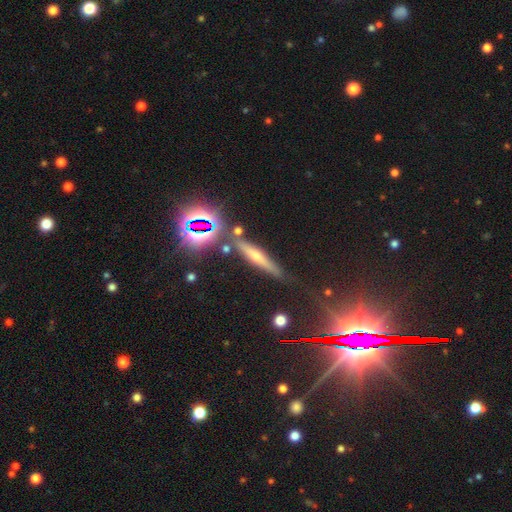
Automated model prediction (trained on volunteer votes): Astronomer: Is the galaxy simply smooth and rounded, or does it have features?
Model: featured or disk — 51% (runner-up: star or artifact, 30%).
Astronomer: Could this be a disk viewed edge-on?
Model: yes — 87%.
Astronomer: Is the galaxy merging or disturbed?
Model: none — 76%.